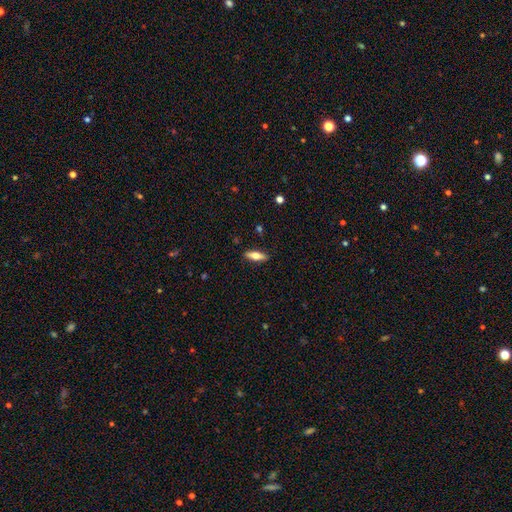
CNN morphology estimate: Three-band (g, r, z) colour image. It shows a smooth galaxy with no disk features (55%) that is in between round and cigar-shaped (50%). Merging: none (89%).